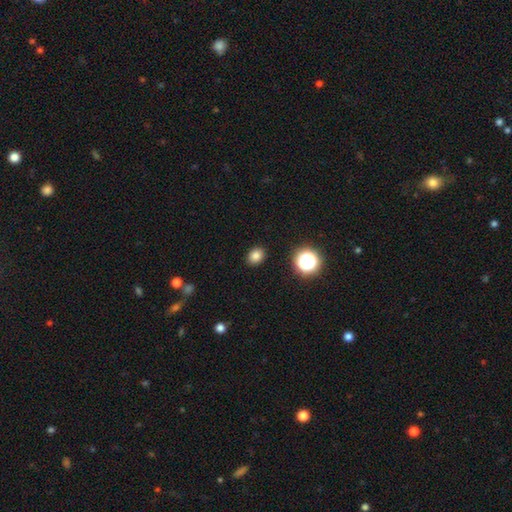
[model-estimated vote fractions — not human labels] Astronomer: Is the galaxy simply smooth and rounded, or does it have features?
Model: smooth — 80%.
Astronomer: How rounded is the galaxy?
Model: round — 50% (runner-up: in between, 49%).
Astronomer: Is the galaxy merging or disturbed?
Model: none — 90%.